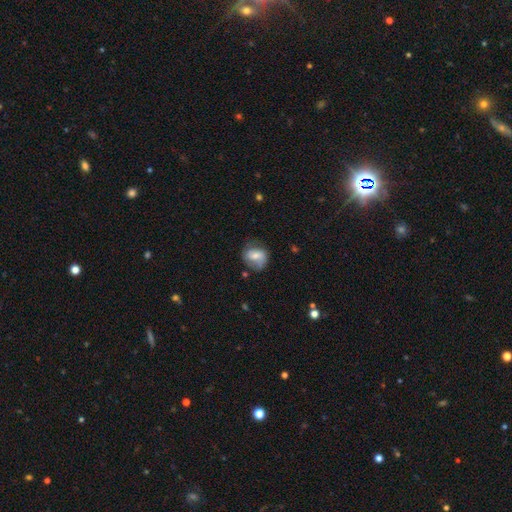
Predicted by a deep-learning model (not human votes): The model was most divided on "smooth or featured": smooth: 50%, featured or disk: 42%, star or artifact: 8%. More confident: merging — none (57%); how rounded — round (57%).